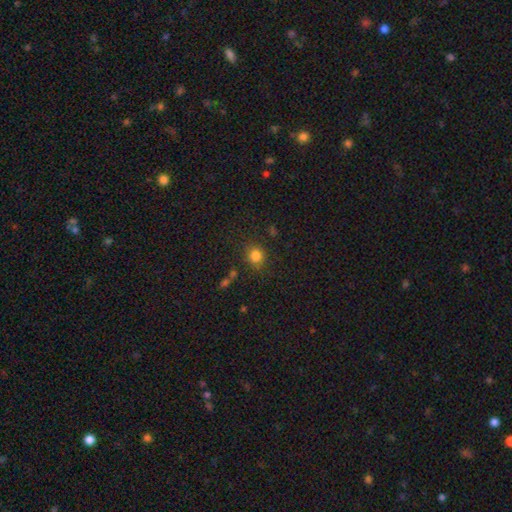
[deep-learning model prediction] This is clearly a smooth galaxy (82%). How rounded: clearly round (82%). Merging: clearly none (81%).